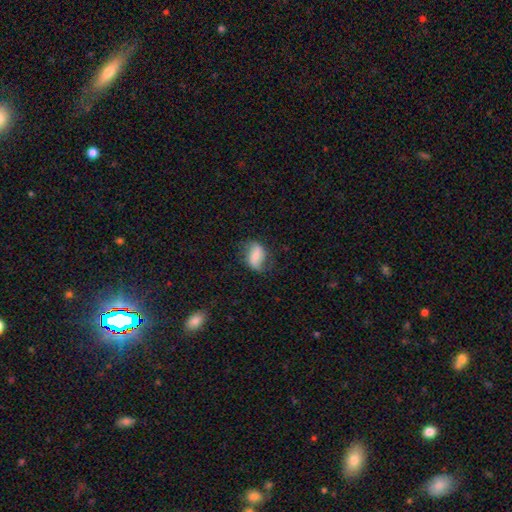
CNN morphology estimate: A smooth galaxy with no disk features (52%) that is in between round and cigar-shaped (79%).

Vote fractions:
- Smooth or featured? smooth: 52% / featured or disk: 39% / star or artifact: 8%
- How rounded? in between: 79% / round: 16% / cigar-shaped: 5%
- Merging? none: 63% / minor disturbance: 24% / major disturbance: 11% / merger: 2%